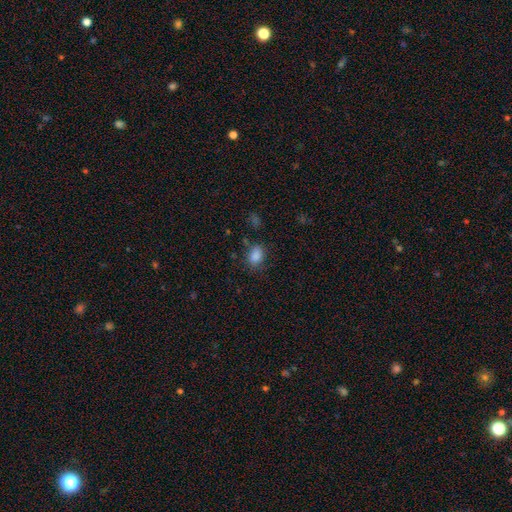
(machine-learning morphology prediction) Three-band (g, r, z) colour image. It shows a smooth galaxy with no disk features (85%) that is in between round and cigar-shaped (71%). Merging: none (72%).